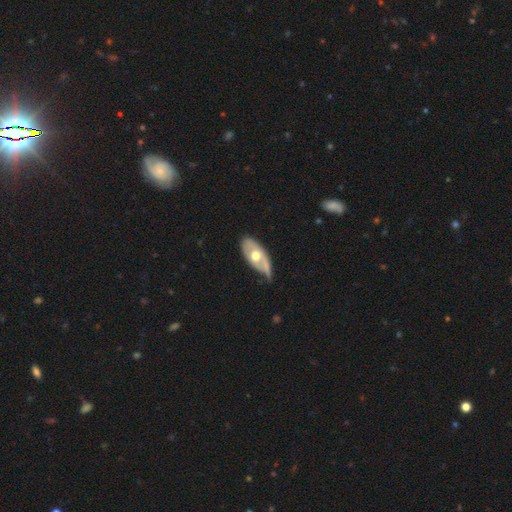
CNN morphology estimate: A featured or disk galaxy (56%). Merging: minor disturbance (42%).